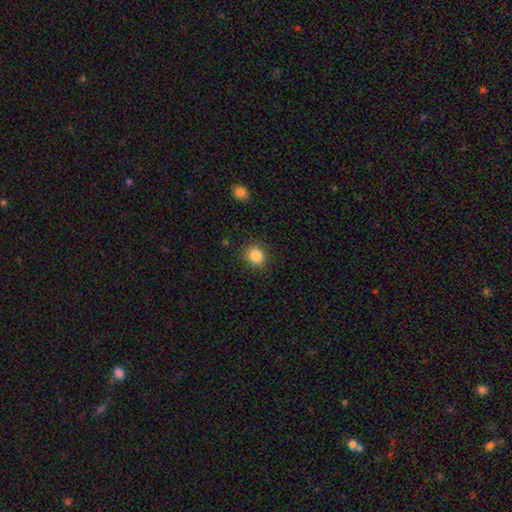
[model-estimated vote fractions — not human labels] Smooth or featured: smooth — 86% (star or artifact — 10%)
How rounded: round — 78% (in between — 21%)
Merging: none — 87% (minor disturbance — 9%)